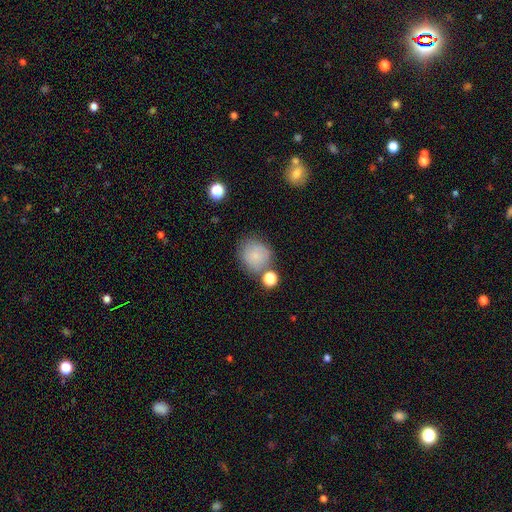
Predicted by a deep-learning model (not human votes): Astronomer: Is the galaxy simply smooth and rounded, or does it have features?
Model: smooth — 76%.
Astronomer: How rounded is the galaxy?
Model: round — 82%.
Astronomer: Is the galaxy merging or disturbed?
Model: none — 60%.